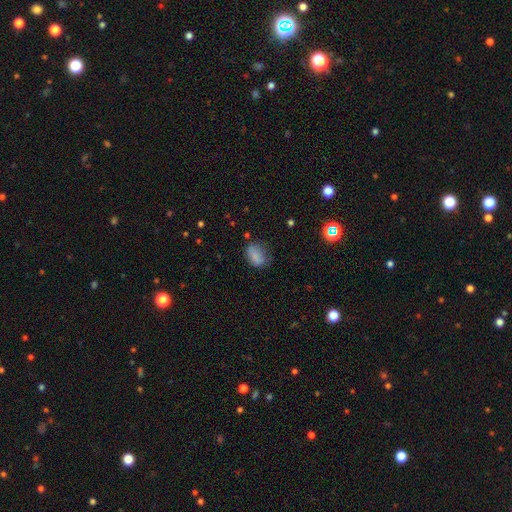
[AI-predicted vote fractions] Morphology: type=smooth (81%); roundness=in between (82%); merging=none (60%).